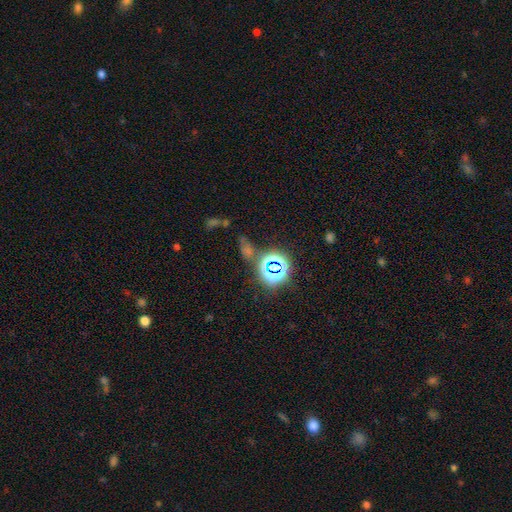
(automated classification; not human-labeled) Q: Smooth or featured?
A: star or artifact (73%); runner-up: smooth (18%)